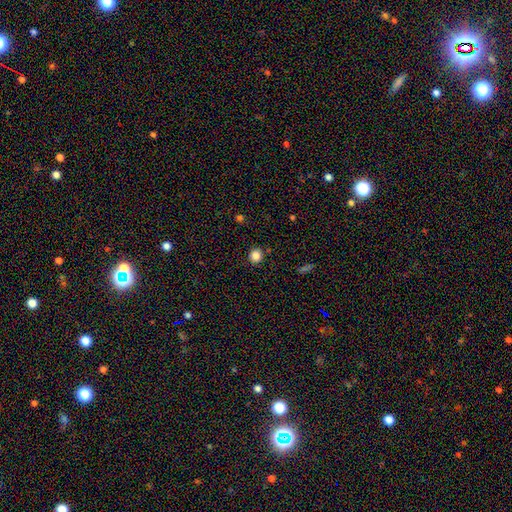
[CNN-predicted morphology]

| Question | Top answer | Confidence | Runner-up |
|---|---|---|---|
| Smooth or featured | smooth | 84% | star or artifact (12%) |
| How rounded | round | 91% | in between (8%) |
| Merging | none | 89% | minor disturbance (7%) |